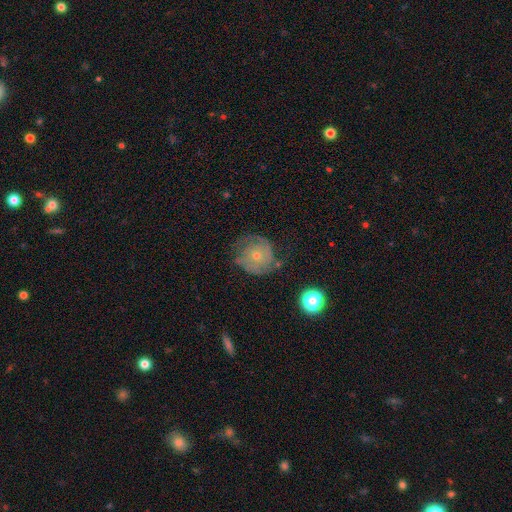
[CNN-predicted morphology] Q: Smooth or featured?
A: featured or disk (66%); runner-up: smooth (25%)
Q: Edge-on disk?
A: no (97%); runner-up: yes (3%)
Q: Bar?
A: no (85%); runner-up: weak (13%)
Q: Spiral arms?
A: yes (82%); runner-up: no (18%)
Q: Spiral winding?
A: tight (64%); runner-up: medium (27%)
Q: Spiral arm count?
A: 2 (38%); runner-up: can't tell (37%)
Q: Bulge size?
A: small (64%); runner-up: moderate (32%)
Q: Merging?
A: none (64%); runner-up: minor disturbance (22%)